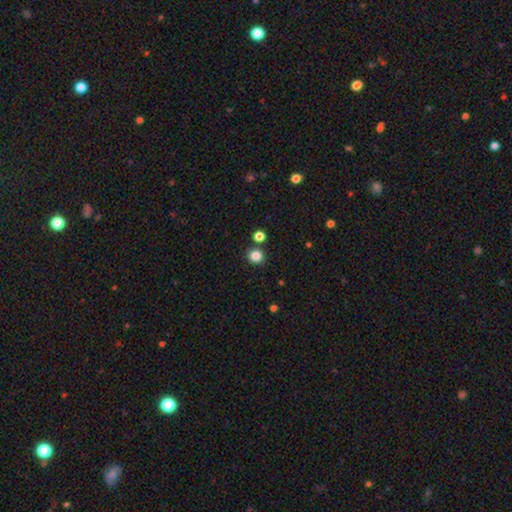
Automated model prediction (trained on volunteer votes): Smooth or featured? smooth (84%)
How rounded? round (91%)
Merging? none (85%)